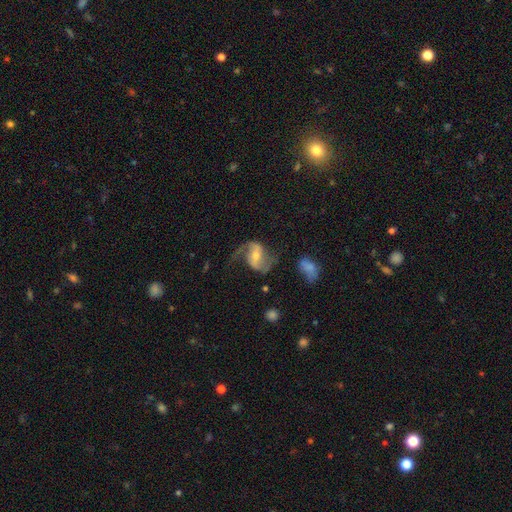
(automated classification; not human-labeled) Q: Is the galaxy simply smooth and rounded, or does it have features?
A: featured or disk — 85%.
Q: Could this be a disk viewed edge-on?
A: no — 97%.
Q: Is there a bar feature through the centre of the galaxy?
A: weak — 44%.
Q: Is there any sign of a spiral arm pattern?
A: yes — 95%.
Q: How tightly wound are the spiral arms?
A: loose — 60%.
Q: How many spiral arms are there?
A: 2 — 89%.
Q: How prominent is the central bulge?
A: moderate — 49%.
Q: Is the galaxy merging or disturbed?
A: none — 60%.